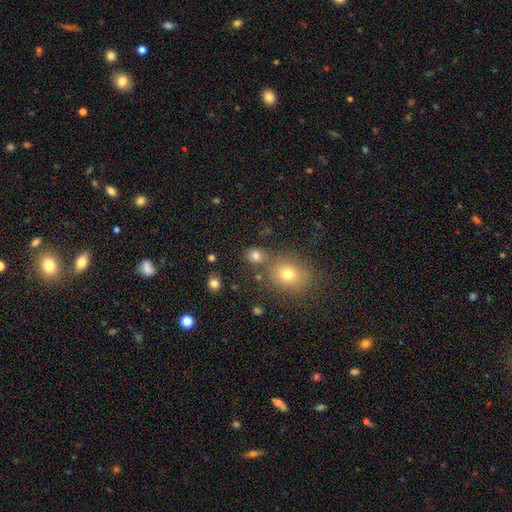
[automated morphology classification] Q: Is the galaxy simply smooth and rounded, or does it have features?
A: smooth — 77%.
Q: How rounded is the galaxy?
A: round — 67%.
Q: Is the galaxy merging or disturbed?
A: none — 67%.